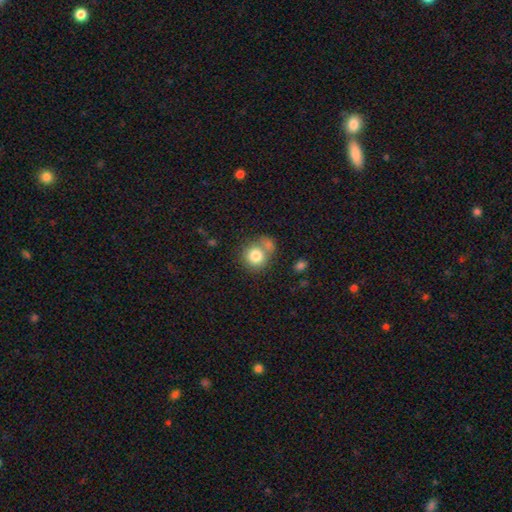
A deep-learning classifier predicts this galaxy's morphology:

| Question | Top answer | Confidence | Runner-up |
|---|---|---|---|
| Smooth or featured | smooth | 81% | featured or disk (10%) |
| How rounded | round | 85% | in between (14%) |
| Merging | none | 51% | merger (32%) |